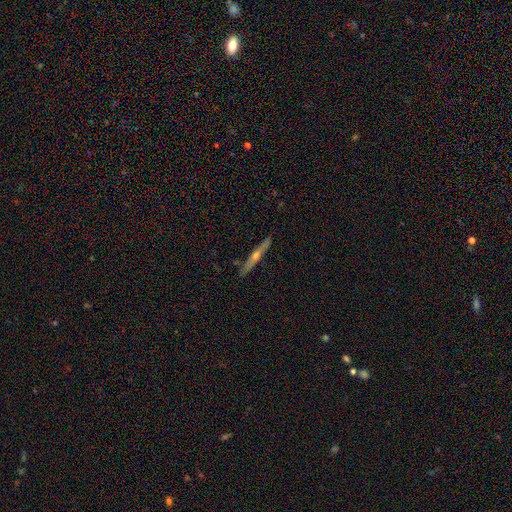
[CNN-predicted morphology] This is likely a featured or disk galaxy (71%). It is clearly viewed edge-on (97%). Edge-on bulge: clearly rounded (87%). Merging: clearly none (89%).